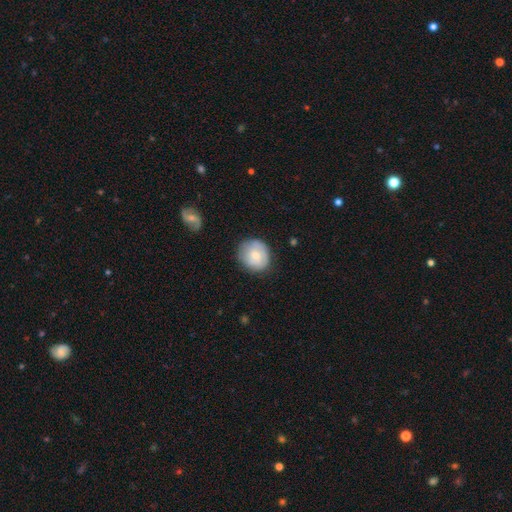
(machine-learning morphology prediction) Smooth or featured?
  - smooth: 64% *
  - featured or disk: 29%
  - star or artifact: 7%
How rounded?
  - round: 82% *
  - in between: 17%
  - cigar-shaped: 1%
Merging?
  - none: 76% *
  - minor disturbance: 18%
  - major disturbance: 4%
  - merger: 1%